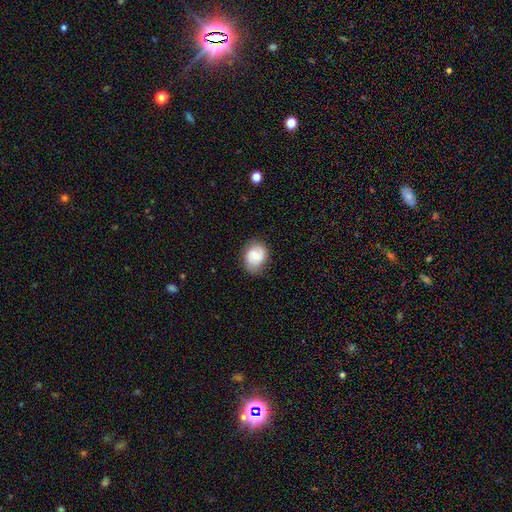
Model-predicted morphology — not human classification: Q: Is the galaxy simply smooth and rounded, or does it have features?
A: smooth — 62%.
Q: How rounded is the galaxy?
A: round — 52%.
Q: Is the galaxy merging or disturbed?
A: none — 77%.